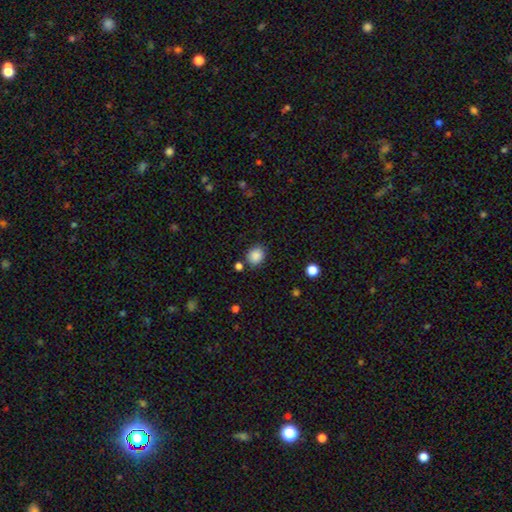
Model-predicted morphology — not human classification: smooth 87%, star or artifact 9%, featured or disk 4%. Down the decision tree: how rounded — round (68%); merging — none (80%).